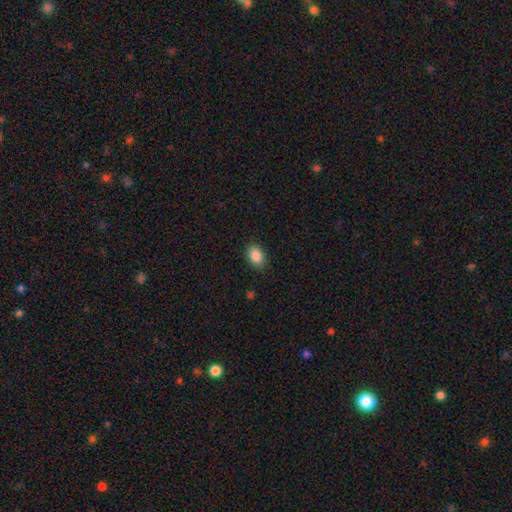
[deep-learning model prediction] Smooth or featured? smooth (87%)
How rounded? in between (80%)
Merging? none (87%)